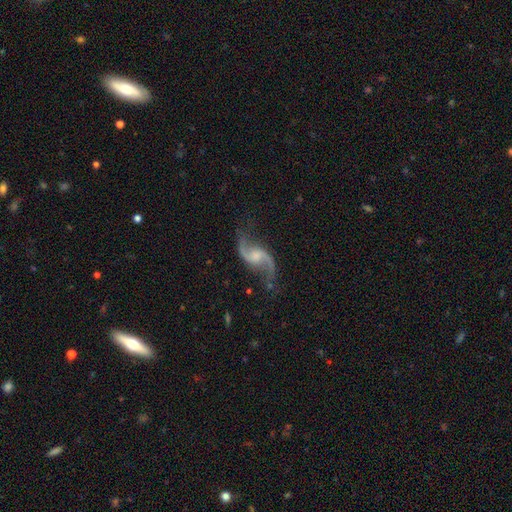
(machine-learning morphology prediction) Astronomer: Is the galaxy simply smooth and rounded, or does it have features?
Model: featured or disk — 90%.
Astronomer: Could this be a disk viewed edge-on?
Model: no — 97%.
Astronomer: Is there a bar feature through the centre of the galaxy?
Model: no — 49% (runner-up: weak, 41%).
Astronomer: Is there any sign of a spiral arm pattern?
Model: yes — 97%.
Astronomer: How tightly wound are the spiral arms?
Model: loose — 80%.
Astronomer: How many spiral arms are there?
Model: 2 — 94%.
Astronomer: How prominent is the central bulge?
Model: small — 34% (runner-up: moderate, 32%).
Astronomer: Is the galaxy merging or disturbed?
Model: none — 74%.